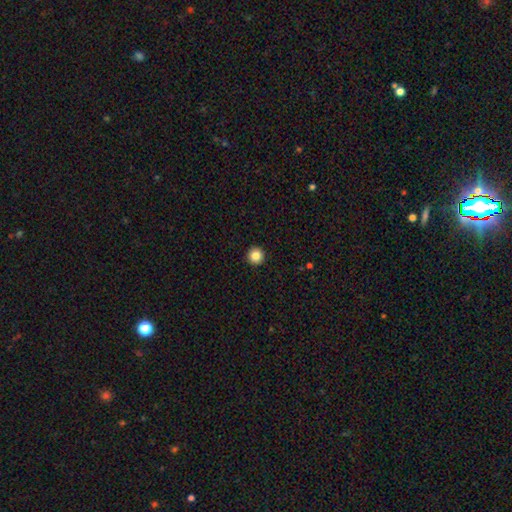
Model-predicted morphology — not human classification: smooth_or_featured: smooth (p=0.85) [alt: star or artifact p=0.10]
how_rounded: round (p=0.96) [alt: in between p=0.03]
merging: none (p=0.94) [alt: minor disturbance p=0.04]